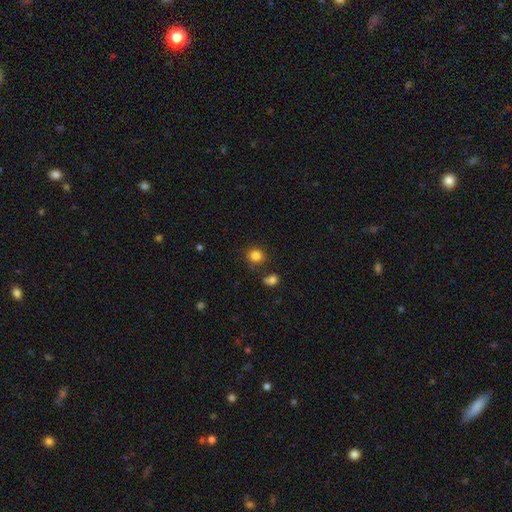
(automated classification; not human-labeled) This appears to be a smooth galaxy with no disk features (84%) that is round (85%). Merging: none (78%).